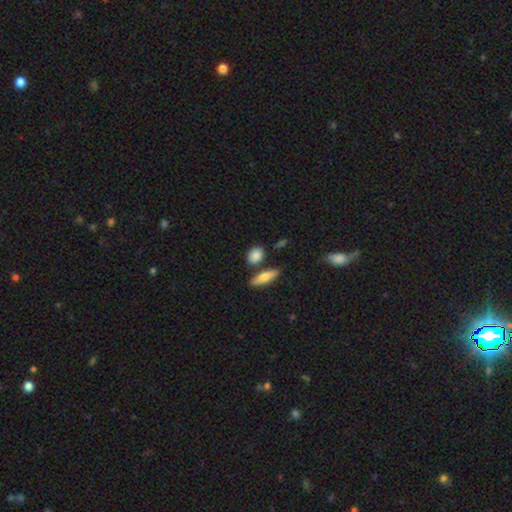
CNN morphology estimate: Smooth or featured?
  - smooth: 84% *
  - featured or disk: 8%
  - star or artifact: 8%
How rounded?
  - in between: 58% *
  - round: 33%
  - cigar-shaped: 9%
Merging?
  - none: 75% *
  - minor disturbance: 13%
  - merger: 10%
  - major disturbance: 3%